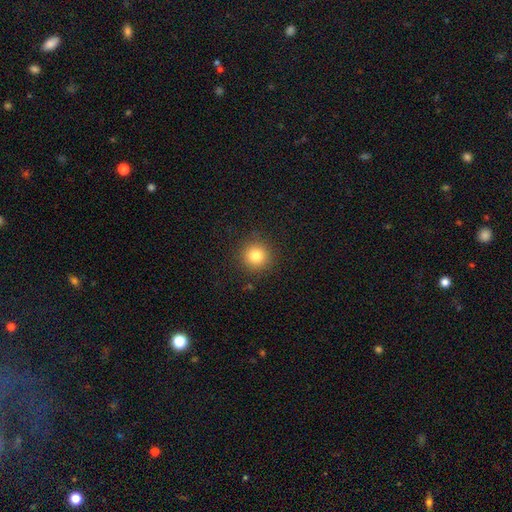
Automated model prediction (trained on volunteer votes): Q: Smooth or featured?
A: smooth (82%); runner-up: star or artifact (12%)
Q: How rounded?
A: round (94%); runner-up: in between (5%)
Q: Merging?
A: none (90%); runner-up: minor disturbance (6%)